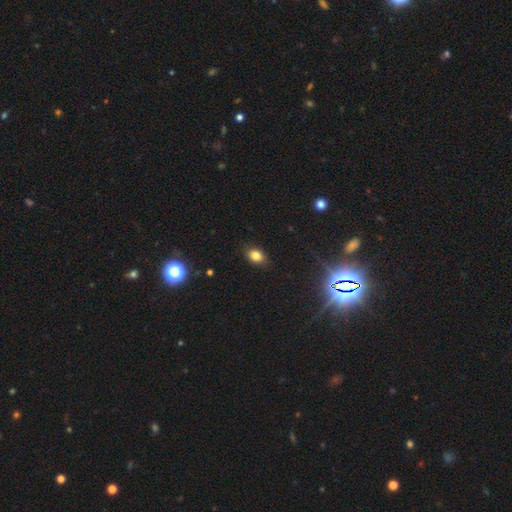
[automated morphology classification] type=smooth (81%); roundness=in between (69%); merging=none (84%).